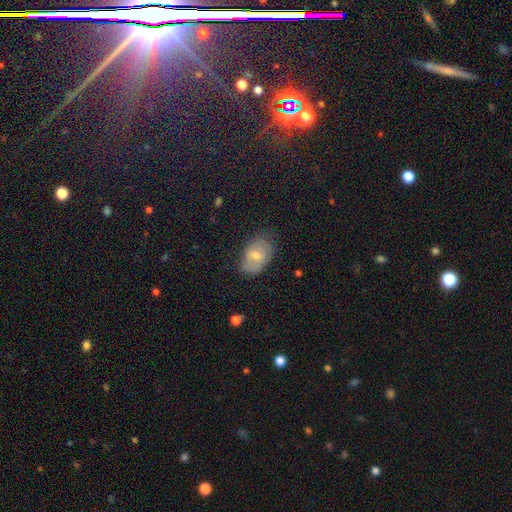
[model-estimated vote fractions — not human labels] This appears to be a smooth galaxy with no disk features (52%) that is in between round and cigar-shaped (87%). Merging: none (62%).